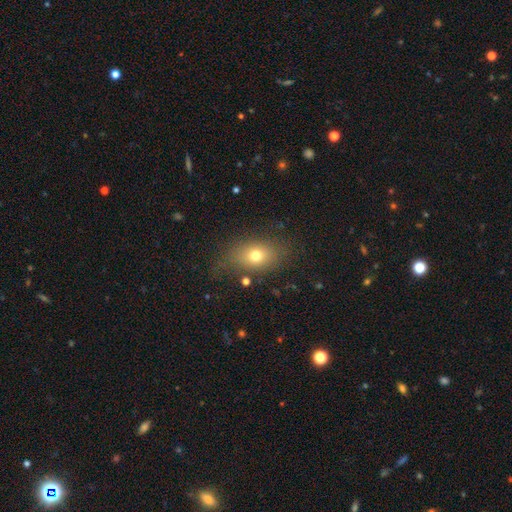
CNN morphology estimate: smooth-or-featured: smooth: 71% | featured or disk: 15% | star or artifact: 14%
  how-rounded: in between: 68% | round: 30% | cigar-shaped: 2%
  merging: none: 75% | minor disturbance: 15% | major disturbance: 8% | merger: 2%